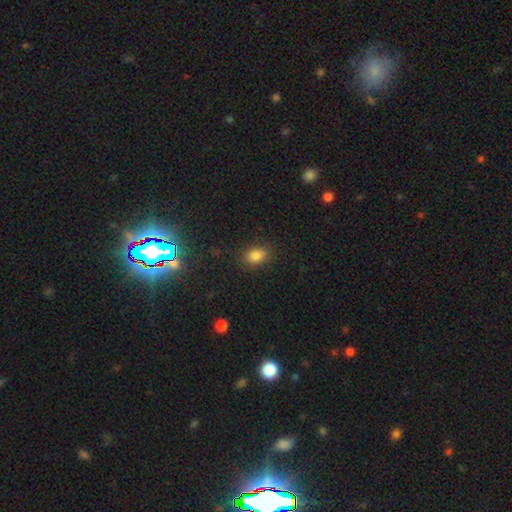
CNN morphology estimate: Smooth or featured: smooth — 81% (star or artifact — 13%)
How rounded: in between — 68% (round — 31%)
Merging: none — 83% (minor disturbance — 12%)